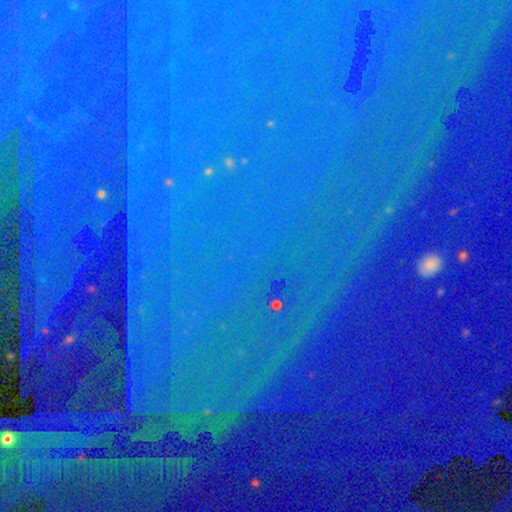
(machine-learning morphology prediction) A star or artifact, not a galaxy (87%).

Vote fractions:
- Smooth or featured? star or artifact: 87% / featured or disk: 7% / smooth: 6%